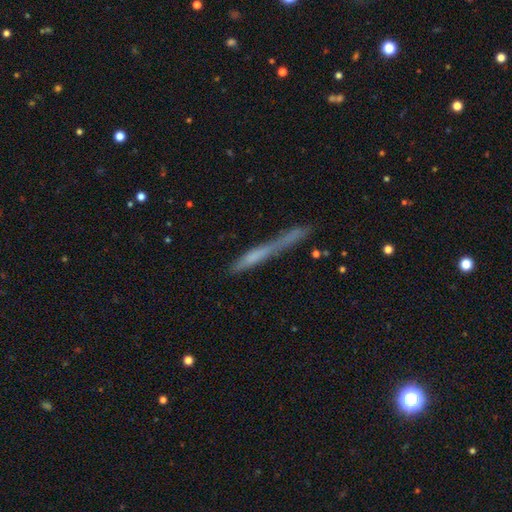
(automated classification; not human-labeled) Smooth or featured: smooth — 53% (featured or disk — 37%)
How rounded: cigar-shaped — 95% (in between — 4%)
Merging: none — 56% (minor disturbance — 22%)